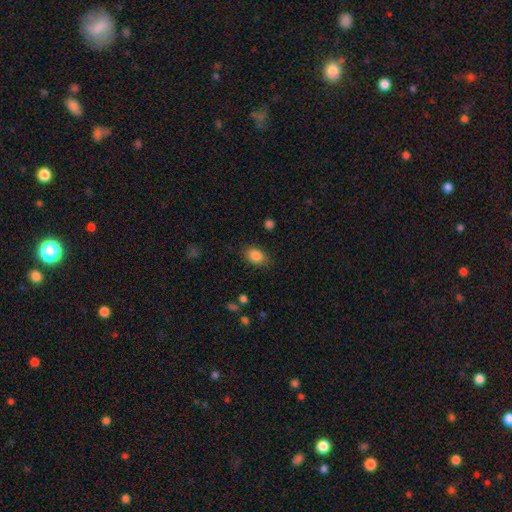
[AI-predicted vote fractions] smooth_or_featured: smooth (p=0.86) [alt: star or artifact p=0.08]
how_rounded: in between (p=0.79) [alt: round p=0.19]
merging: none (p=0.81) [alt: minor disturbance p=0.14]